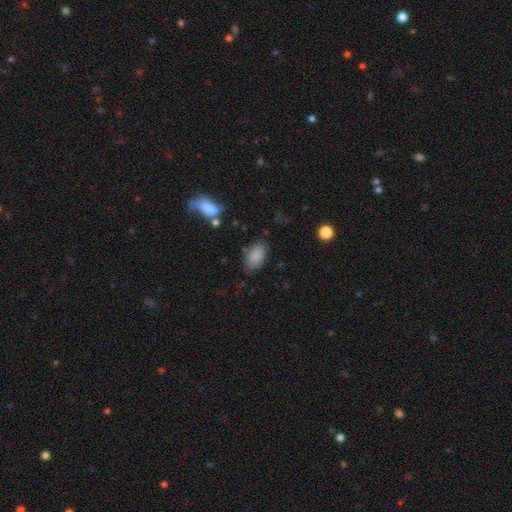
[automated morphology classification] smooth-or-featured: smooth: 86% | star or artifact: 8% | featured or disk: 6%
  how-rounded: in between: 92% | round: 6% | cigar-shaped: 2%
  merging: none: 77% | minor disturbance: 16% | major disturbance: 5% | merger: 3%